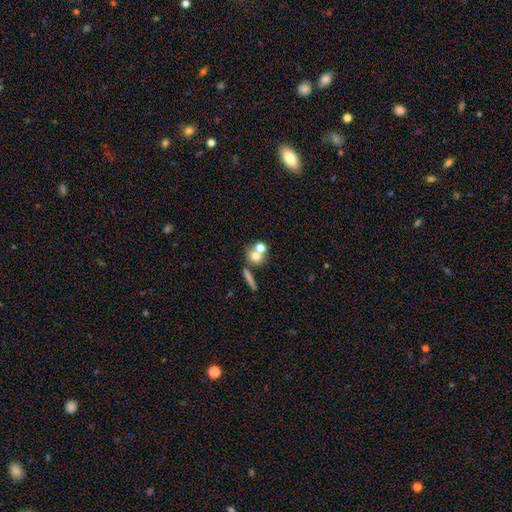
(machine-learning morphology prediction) This is likely a smooth galaxy (67%). How rounded: likely round (78%). Merging: possibly merger (48%).